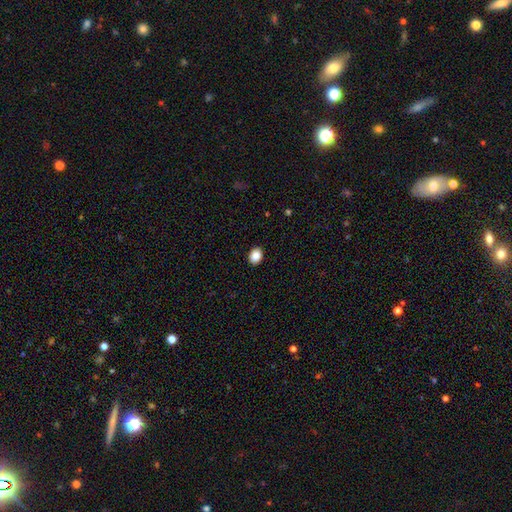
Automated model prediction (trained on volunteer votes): A smooth galaxy with no disk features (88%) that is in between round and cigar-shaped (54%).

Vote fractions:
- Smooth or featured? smooth: 88% / star or artifact: 9% / featured or disk: 3%
- How rounded? in between: 54% / round: 45% / cigar-shaped: 1%
- Merging? none: 91% / minor disturbance: 6% / major disturbance: 2% / merger: 1%